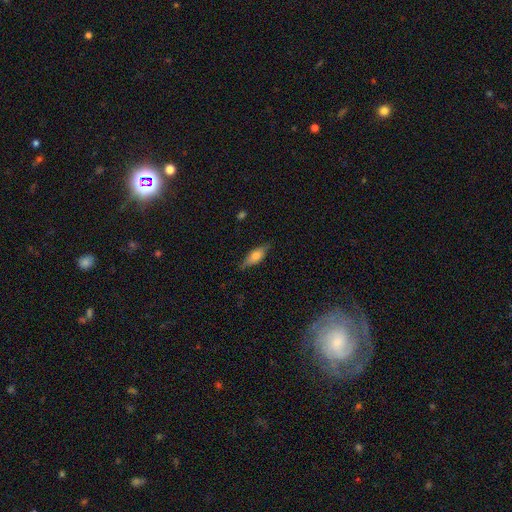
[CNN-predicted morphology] Smooth or featured: smooth — 64% (featured or disk — 29%)
How rounded: in between — 68% (cigar-shaped — 29%)
Merging: none — 77% (minor disturbance — 19%)